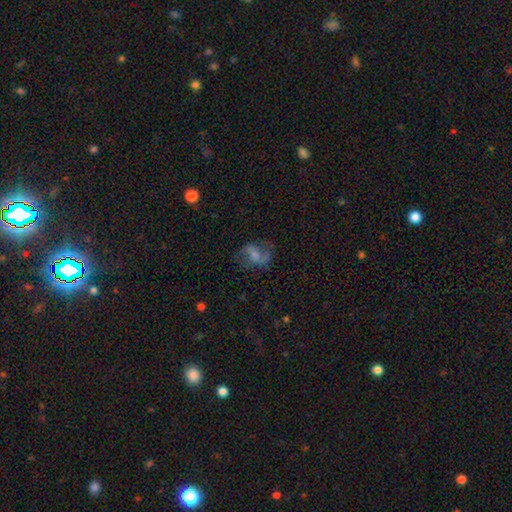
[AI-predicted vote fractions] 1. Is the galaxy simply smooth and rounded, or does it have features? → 58% featured or disk, 29% smooth, 13% star or artifact.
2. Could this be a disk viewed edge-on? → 96% no, 4% yes.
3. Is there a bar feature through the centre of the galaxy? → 43% weak, 32% no, 25% strong.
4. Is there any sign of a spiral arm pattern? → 80% yes, 20% no.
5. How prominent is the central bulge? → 38% small, 31% moderate, 23% none, 6% large, 2% dominant.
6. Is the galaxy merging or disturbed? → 59% none, 20% minor disturbance, 19% major disturbance, 2% merger.